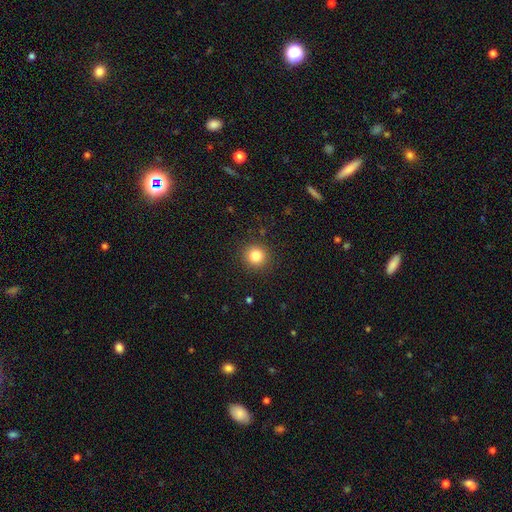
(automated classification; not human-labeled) smooth 83%, star or artifact 11%, featured or disk 5%. Down the decision tree: how rounded — round (92%); merging — none (90%).